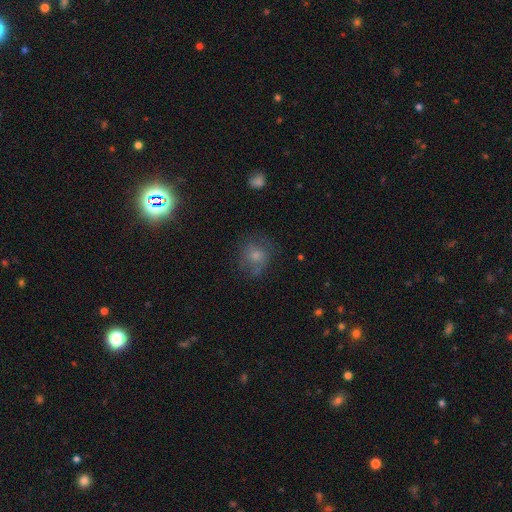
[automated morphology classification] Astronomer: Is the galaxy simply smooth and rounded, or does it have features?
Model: smooth — 62%.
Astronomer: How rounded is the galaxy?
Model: round — 73%.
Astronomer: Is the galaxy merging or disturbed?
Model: none — 57%.